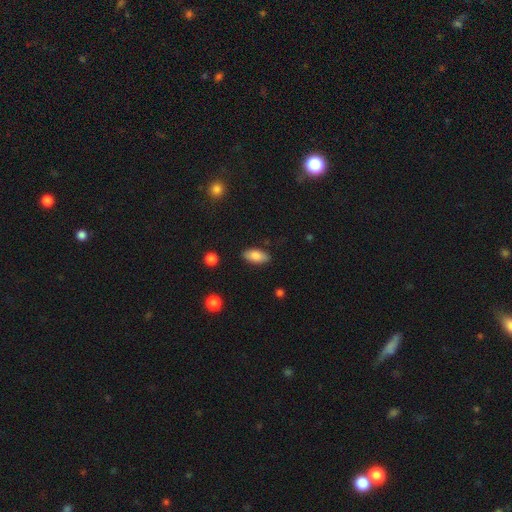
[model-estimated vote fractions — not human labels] smooth 84%, featured or disk 9%, star or artifact 7%. Down the decision tree: how rounded — in between (91%); merging — none (86%).